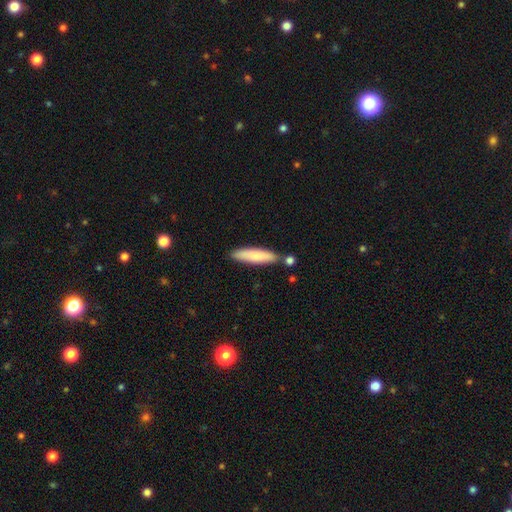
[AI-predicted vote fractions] smooth-or-featured: smooth: 79% | featured or disk: 15% | star or artifact: 6%
  how-rounded: cigar-shaped: 80% | in between: 18% | round: 1%
  merging: none: 78% | minor disturbance: 12% | merger: 8% | major disturbance: 2%